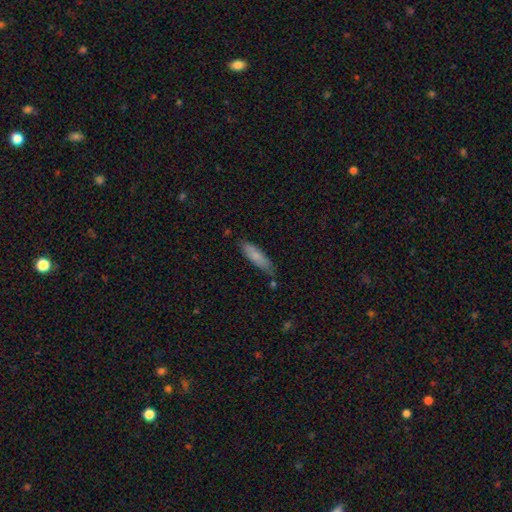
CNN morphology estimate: smooth 79%, featured or disk 15%, star or artifact 6%. Down the decision tree: how rounded — cigar-shaped (64%); merging — none (72%).